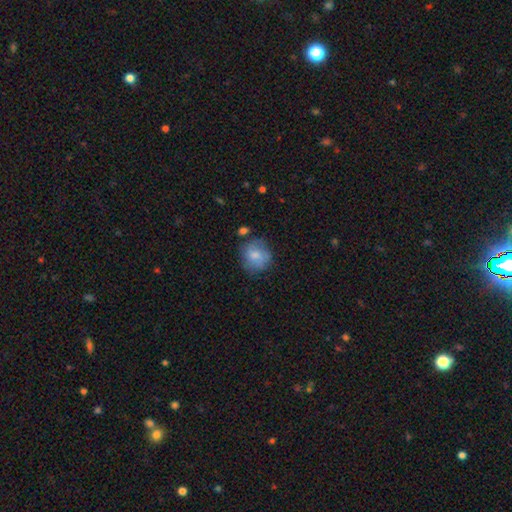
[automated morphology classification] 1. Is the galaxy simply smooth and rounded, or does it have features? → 70% smooth, 22% featured or disk, 8% star or artifact.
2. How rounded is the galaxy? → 80% round, 19% in between, 1% cigar-shaped.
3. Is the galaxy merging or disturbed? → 64% none, 23% minor disturbance, 8% major disturbance, 5% merger.